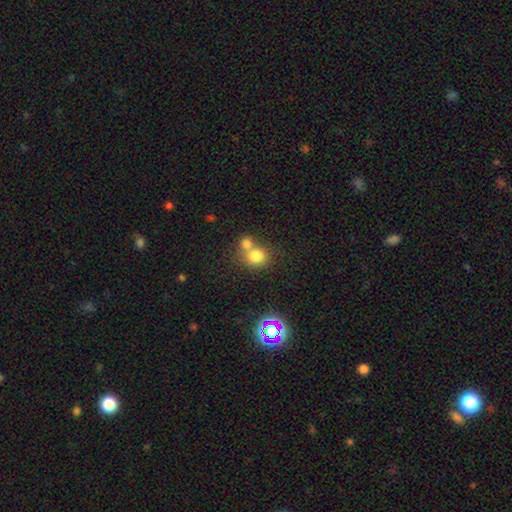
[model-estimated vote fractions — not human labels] The model was most divided on "merging": merger: 49%, none: 40%, minor disturbance: 8%, major disturbance: 3%. More confident: smooth or featured — smooth (77%); how rounded — round (73%).